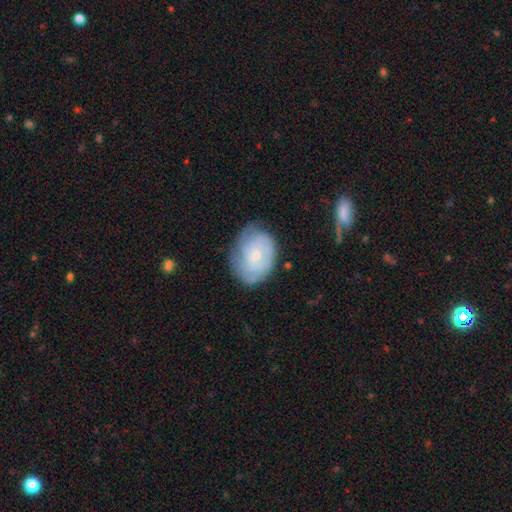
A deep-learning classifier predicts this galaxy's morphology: Smooth or featured? featured or disk (59%)
Edge-on disk? no (97%)
Bar? no (70%)
Spiral arms? yes (82%)
Bulge size? small (67%)
Merging? none (64%)